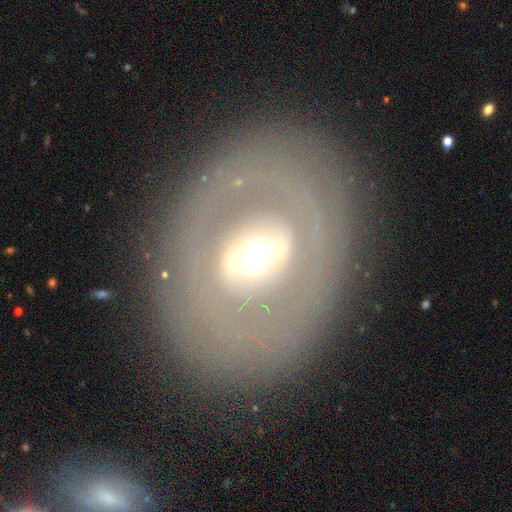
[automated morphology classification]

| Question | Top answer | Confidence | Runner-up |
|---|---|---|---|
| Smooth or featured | featured or disk | 66% | smooth (26%) |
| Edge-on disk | no | 92% | yes (8%) |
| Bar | no | 37% | weak (32%) |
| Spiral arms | no | 78% | yes (22%) |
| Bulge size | moderate | 61% | large (20%) |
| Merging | none | 82% | minor disturbance (10%) |